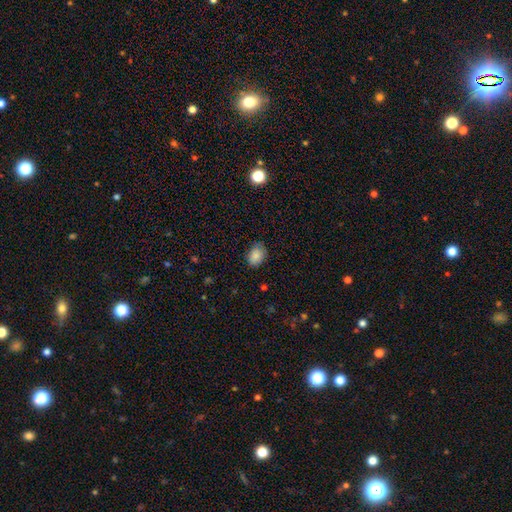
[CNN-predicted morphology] A smooth galaxy with no disk features (87%) that is in between round and cigar-shaped (75%).

Vote fractions:
- Smooth or featured? smooth: 87% / star or artifact: 8% / featured or disk: 5%
- How rounded? in between: 75% / round: 24% / cigar-shaped: 1%
- Merging? none: 78% / minor disturbance: 18% / major disturbance: 3% / merger: 1%